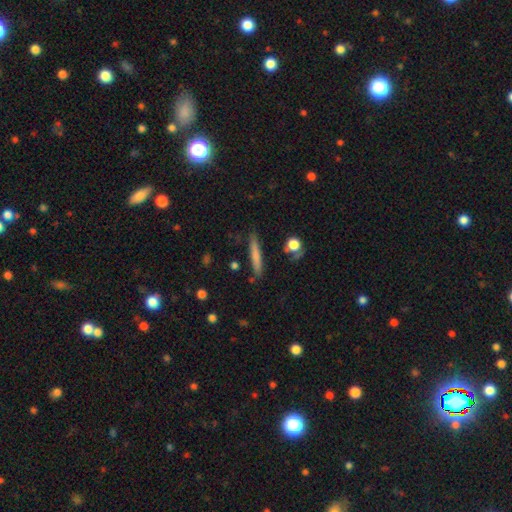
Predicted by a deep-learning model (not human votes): smooth_or_featured: smooth (p=0.70) [alt: featured or disk p=0.23]
how_rounded: cigar-shaped (p=0.92) [alt: in between p=0.06]
merging: none (p=0.84) [alt: minor disturbance p=0.11]